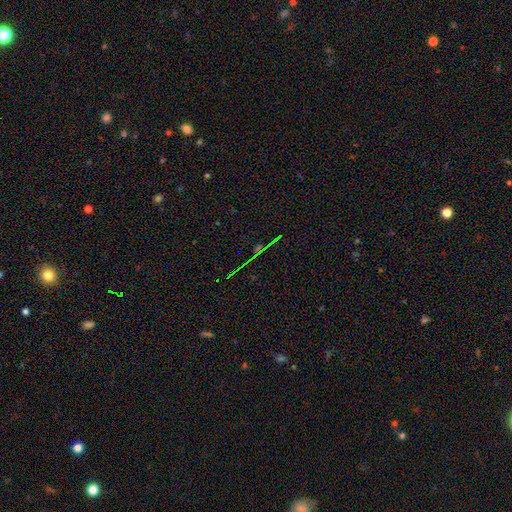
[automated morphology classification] star or artifact 77%, featured or disk 13%, smooth 10%.